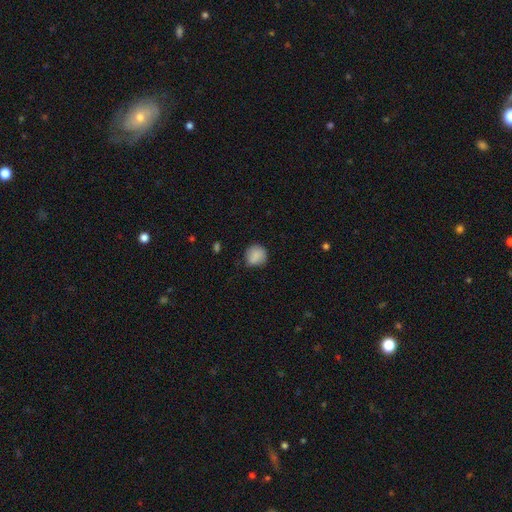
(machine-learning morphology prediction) Overall: smooth (86%). How rounded: round (85%). Merging: none (73%).